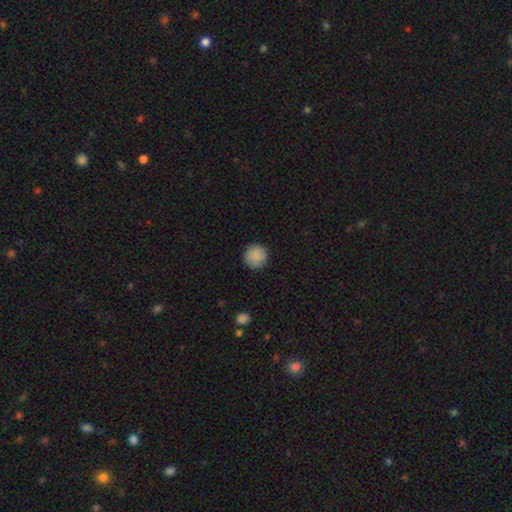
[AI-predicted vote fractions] The model was most divided on "smooth or featured": smooth: 89%, star or artifact: 8%, featured or disk: 3%. More confident: how rounded — round (95%); merging — none (91%).